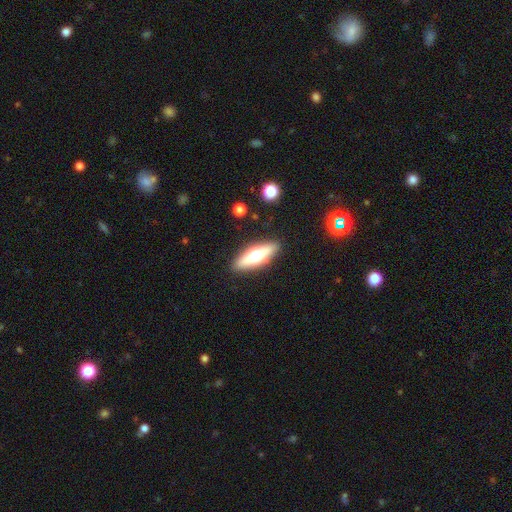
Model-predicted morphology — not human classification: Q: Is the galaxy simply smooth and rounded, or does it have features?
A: featured or disk — 52%.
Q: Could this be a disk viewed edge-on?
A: yes — 90%.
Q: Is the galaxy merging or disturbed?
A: none — 88%.